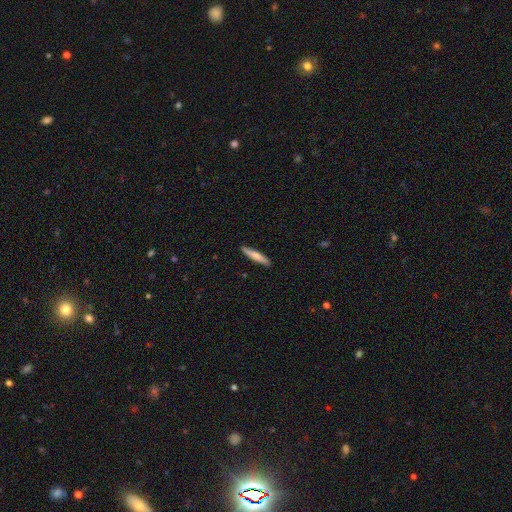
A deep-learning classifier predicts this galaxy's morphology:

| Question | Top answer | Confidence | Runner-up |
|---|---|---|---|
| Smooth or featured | smooth | 69% | featured or disk (26%) |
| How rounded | cigar-shaped | 90% | in between (8%) |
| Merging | none | 90% | minor disturbance (7%) |